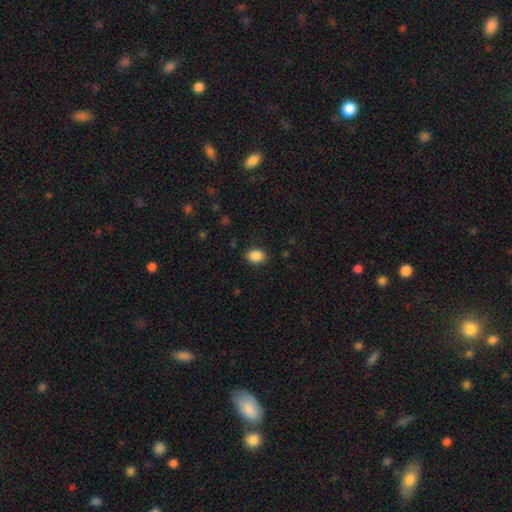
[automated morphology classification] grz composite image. It shows a smooth galaxy with no disk features (88%) that is in between round and cigar-shaped (70%). Merging: none (86%).